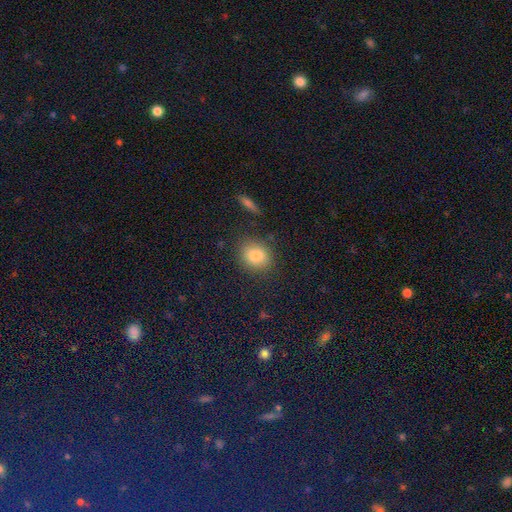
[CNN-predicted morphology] Smooth or featured? smooth (81%)
How rounded? round (70%)
Merging? none (84%)